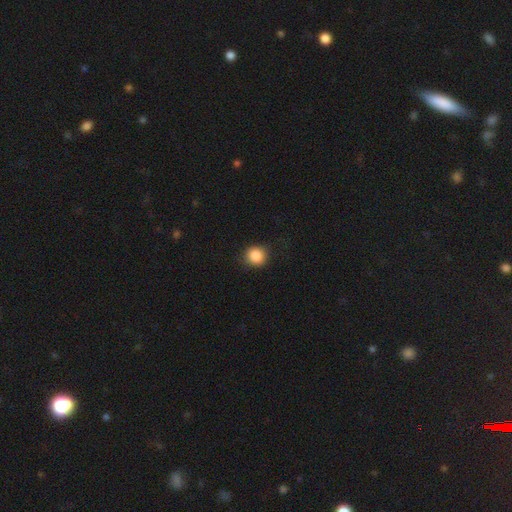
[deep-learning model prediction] smooth 87%, star or artifact 9%, featured or disk 4%. Down the decision tree: how rounded — round (88%); merging — none (85%).